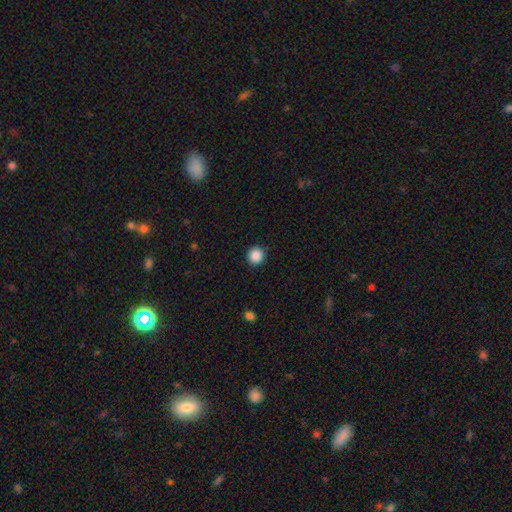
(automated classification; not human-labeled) This appears to be a smooth galaxy with no disk features (88%) that is round (94%). Merging: none (93%).